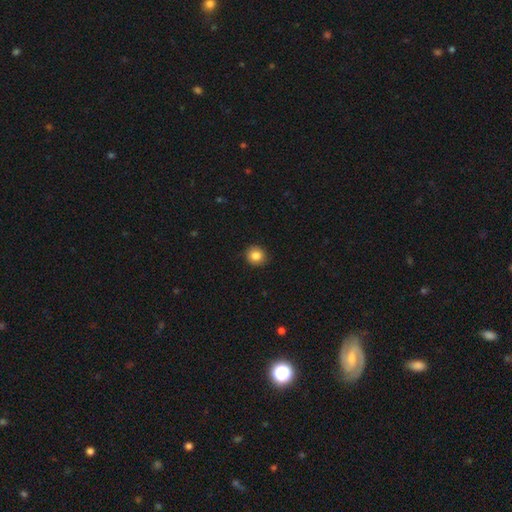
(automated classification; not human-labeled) A smooth galaxy with no disk features (85%) that is round (89%).

Vote fractions:
- Smooth or featured? smooth: 85% / star or artifact: 9% / featured or disk: 6%
- How rounded? round: 89% / in between: 10% / cigar-shaped: 1%
- Merging? none: 91% / minor disturbance: 6% / major disturbance: 2% / merger: 1%